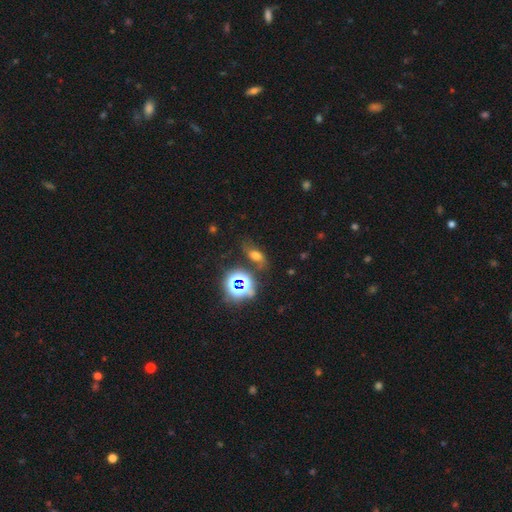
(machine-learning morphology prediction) smooth-or-featured: smooth: 40% | star or artifact: 33% | featured or disk: 27%
  merging: none: 61% | minor disturbance: 21% | major disturbance: 12% | merger: 7%